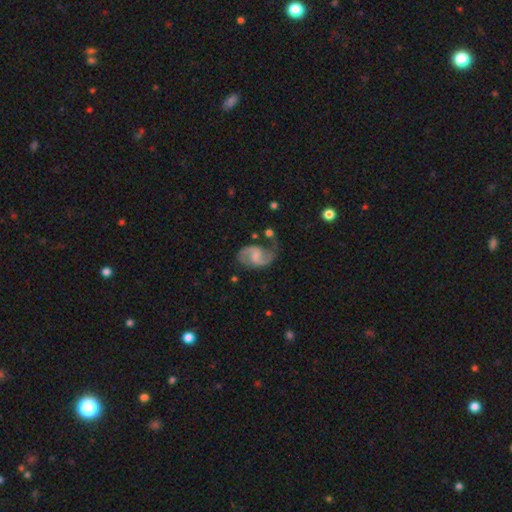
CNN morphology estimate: This appears to be a featured or disk galaxy (84%) with a weak bar (52%), 2 (90%) medium (46%) spiral arms (96%) and no central bulge (40%). Merging: none (61%).